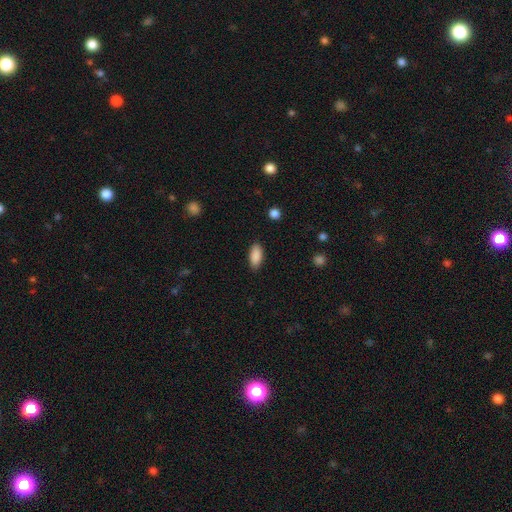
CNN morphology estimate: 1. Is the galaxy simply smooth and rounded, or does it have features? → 89% smooth, 7% star or artifact, 4% featured or disk.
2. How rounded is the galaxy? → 89% in between, 9% cigar-shaped, 2% round.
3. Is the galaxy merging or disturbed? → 87% none, 10% minor disturbance, 2% major disturbance, 1% merger.